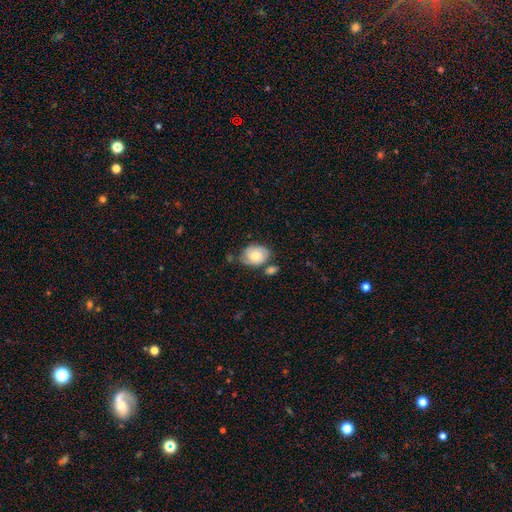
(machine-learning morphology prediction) A smooth galaxy with no disk features (61%) that is in between round and cigar-shaped (62%).

Vote fractions:
- Smooth or featured? smooth: 61% / featured or disk: 31% / star or artifact: 8%
- How rounded? in between: 62% / round: 37% / cigar-shaped: 1%
- Merging? none: 52% / minor disturbance: 25% / merger: 15% / major disturbance: 8%